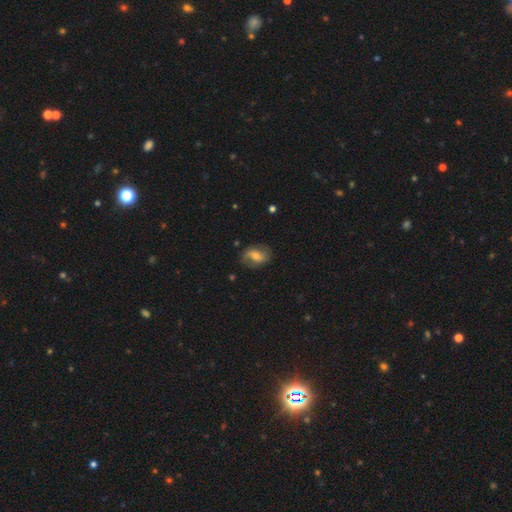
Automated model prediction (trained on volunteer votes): featured or disk 55%, smooth 37%, star or artifact 8%. Down the decision tree: edge-on disk — no (95%); bar — weak (45%); spiral arms — yes (82%); bulge size — moderate (59%); merging — none (74%).